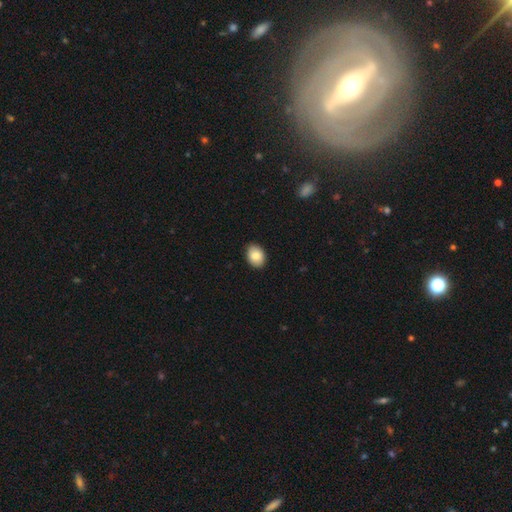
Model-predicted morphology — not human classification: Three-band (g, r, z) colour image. It shows a smooth galaxy with no disk features (86%) that is in between round and cigar-shaped (72%). Merging: none (90%).